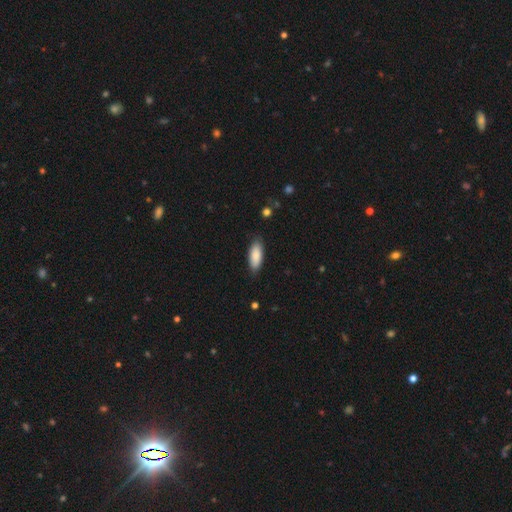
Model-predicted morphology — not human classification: smooth 88%, featured or disk 6%, star or artifact 6%. Down the decision tree: how rounded — in between (78%); merging — none (85%).